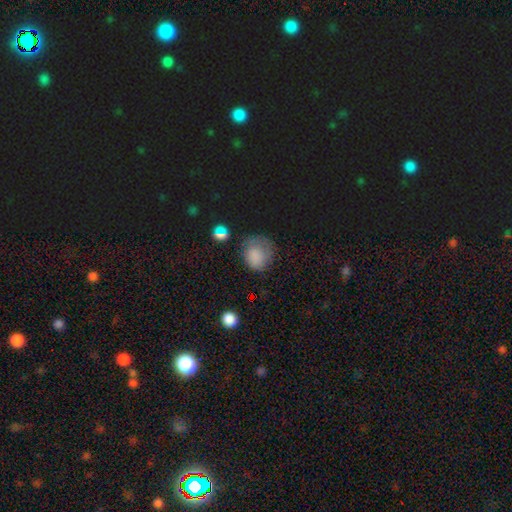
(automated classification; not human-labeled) Morphology: type=smooth (76%); roundness=round (74%); merging=none (53%).